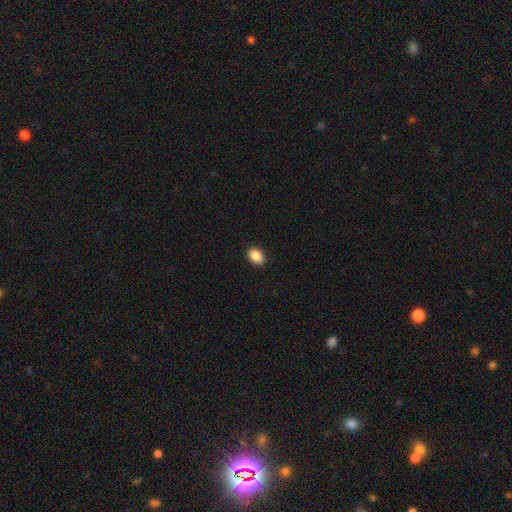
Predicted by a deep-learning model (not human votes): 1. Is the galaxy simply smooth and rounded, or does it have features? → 89% smooth, 8% star or artifact, 3% featured or disk.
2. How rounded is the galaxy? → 82% in between, 17% round, 1% cigar-shaped.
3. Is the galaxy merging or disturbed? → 90% none, 7% minor disturbance, 2% major disturbance, 1% merger.